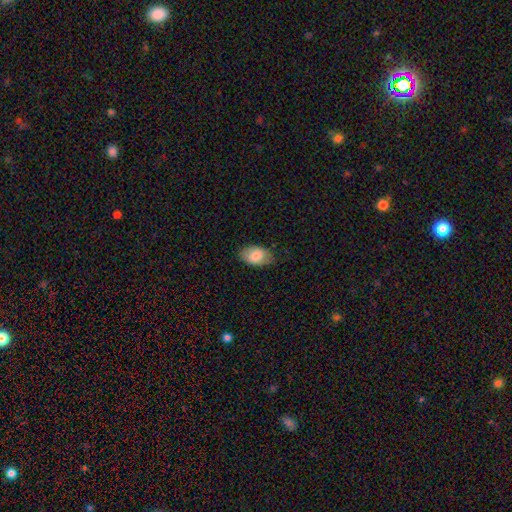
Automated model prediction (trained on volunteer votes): Overall: smooth (82%). How rounded: in between (91%). Merging: none (78%).